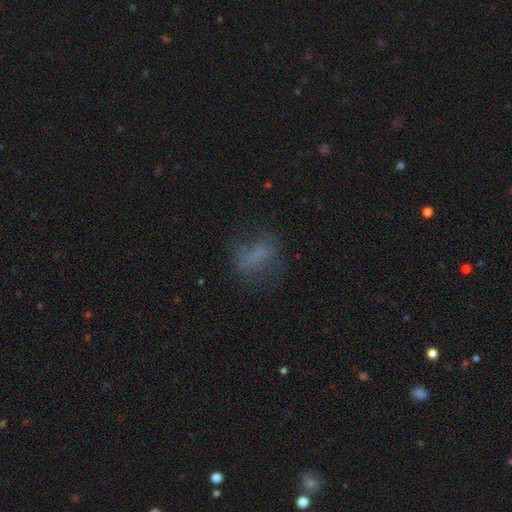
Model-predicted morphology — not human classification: This appears to be a smooth galaxy with no disk features (58%) that is in between round and cigar-shaped (68%). Merging: none (57%).